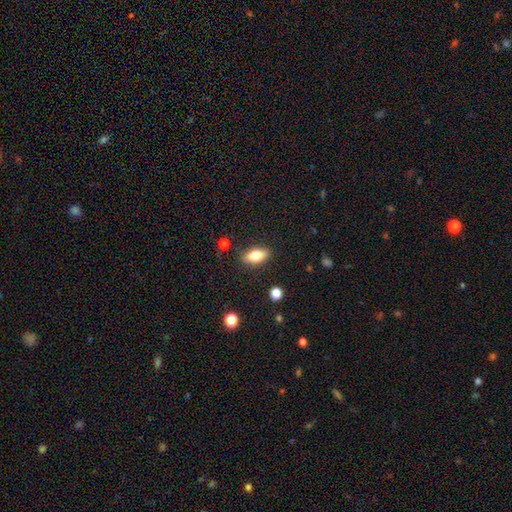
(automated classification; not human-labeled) Smooth or featured: smooth — 75% (featured or disk — 18%)
How rounded: in between — 83% (cigar-shaped — 12%)
Merging: none — 86% (minor disturbance — 10%)